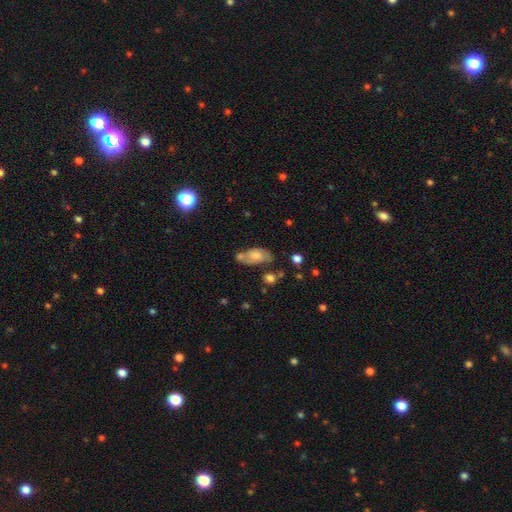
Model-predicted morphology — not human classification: A smooth galaxy with no disk features (60%) that is in between round and cigar-shaped (89%). Merging: none (49%).